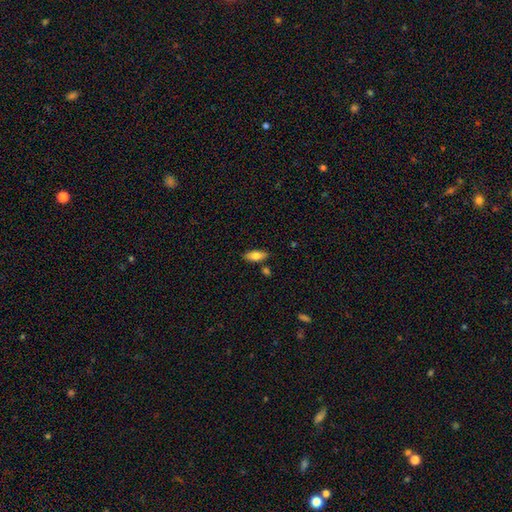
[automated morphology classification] Smooth or featured? smooth (79%)
How rounded? in between (83%)
Merging? none (80%)